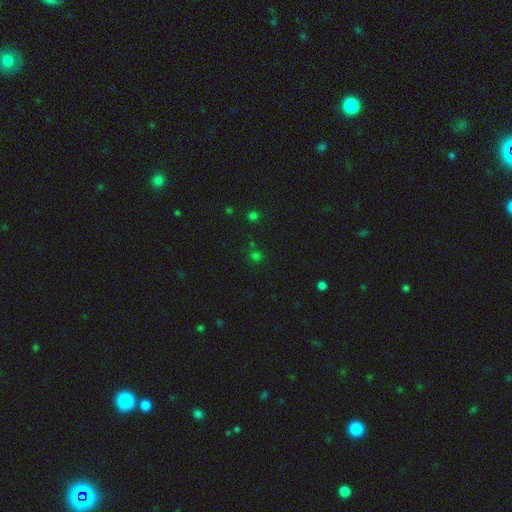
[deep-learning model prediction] A smooth galaxy with no disk features (56%) that is round (86%). Merging: none (75%).